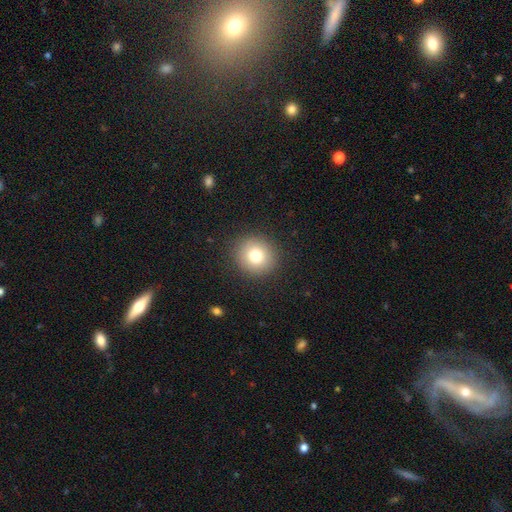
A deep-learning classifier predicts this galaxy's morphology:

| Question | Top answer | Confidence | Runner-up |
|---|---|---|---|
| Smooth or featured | smooth | 77% | star or artifact (12%) |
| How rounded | round | 91% | in between (8%) |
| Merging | none | 90% | minor disturbance (6%) |